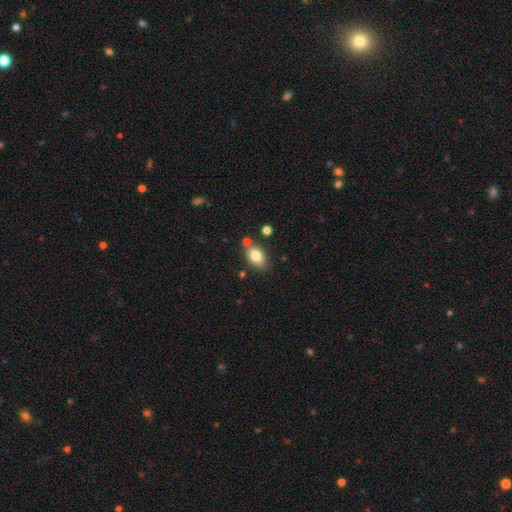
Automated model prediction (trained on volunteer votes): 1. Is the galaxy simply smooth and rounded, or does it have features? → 81% smooth, 10% featured or disk, 9% star or artifact.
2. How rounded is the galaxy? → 80% in between, 19% round, 1% cigar-shaped.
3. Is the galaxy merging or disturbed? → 74% none, 13% minor disturbance, 10% merger, 3% major disturbance.